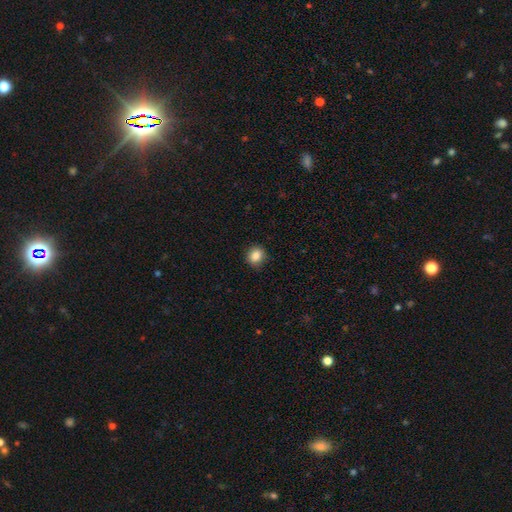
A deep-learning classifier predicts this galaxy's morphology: A smooth galaxy with no disk features (85%) that is round (78%). Merging: none (89%).